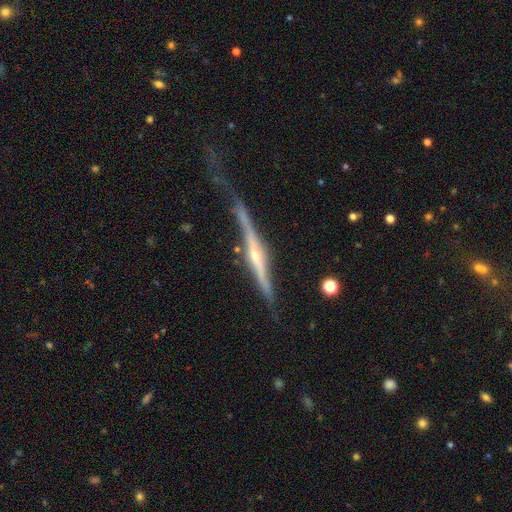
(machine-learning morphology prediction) The model was most divided on "merging": none: 42%, minor disturbance: 30%, major disturbance: 23%, merger: 5%. More confident: edge-on disk — yes (94%); smooth or featured — featured or disk (82%); edge-on bulge — rounded (78%).